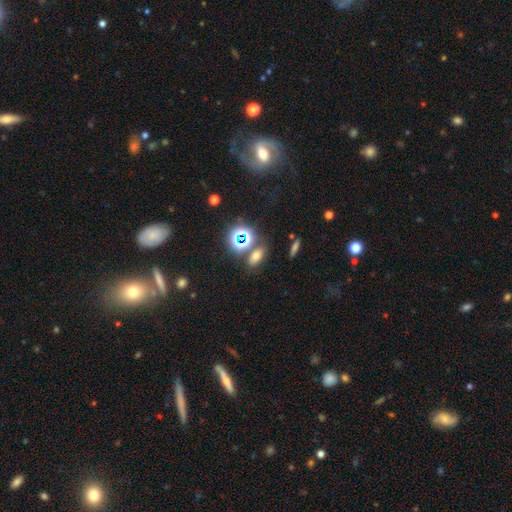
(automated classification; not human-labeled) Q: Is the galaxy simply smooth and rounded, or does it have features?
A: smooth — 60%.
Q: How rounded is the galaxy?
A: in between — 73%.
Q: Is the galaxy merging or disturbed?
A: none — 75%.